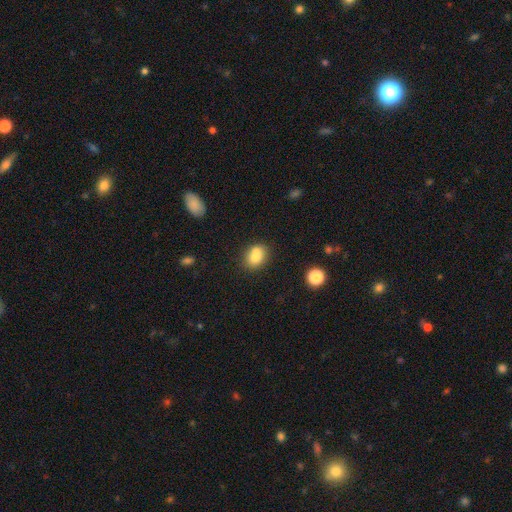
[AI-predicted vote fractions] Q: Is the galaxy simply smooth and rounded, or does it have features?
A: smooth — 77%.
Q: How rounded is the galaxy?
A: in between — 61%.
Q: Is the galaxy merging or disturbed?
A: none — 53%.